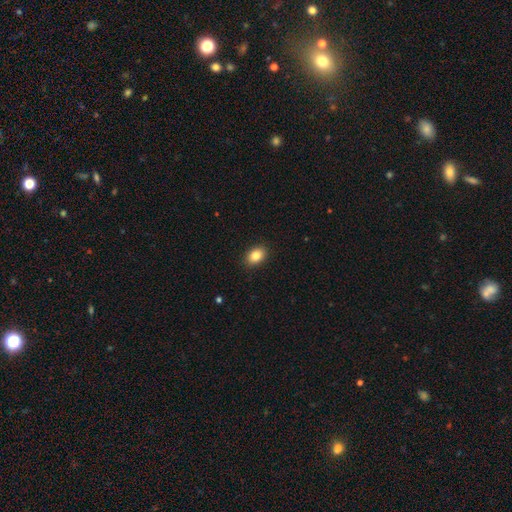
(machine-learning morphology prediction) Smooth or featured: smooth — 86% (star or artifact — 9%)
How rounded: in between — 76% (round — 23%)
Merging: none — 90% (minor disturbance — 7%)